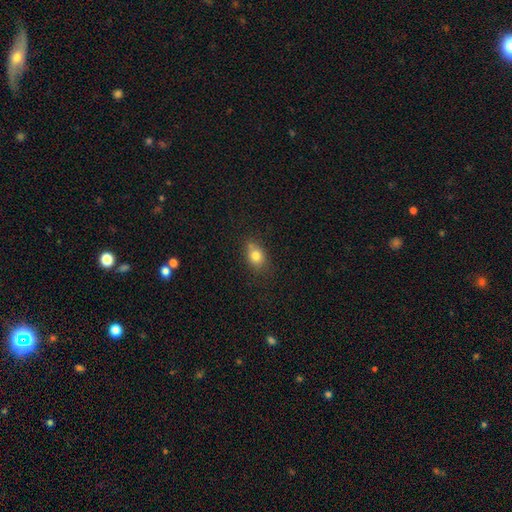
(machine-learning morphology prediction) type=smooth (79%); roundness=in between (63%); merging=none (66%).